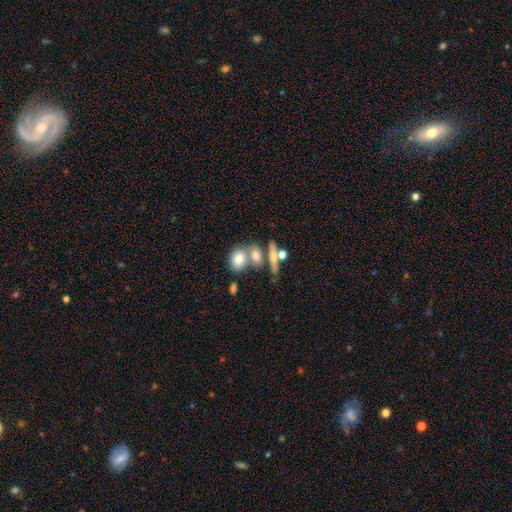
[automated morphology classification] Smooth or featured? Predicted: smooth (p=0.65). How rounded? Predicted: in between (p=0.62). Merging? Predicted: merger (p=0.47).